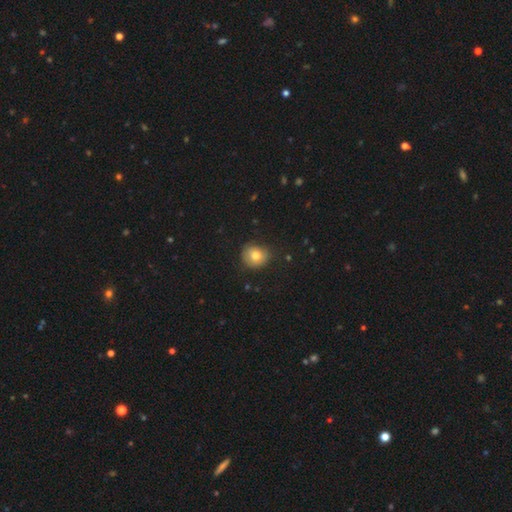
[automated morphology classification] smooth 78%, featured or disk 12%, star or artifact 10%. Down the decision tree: how rounded — round (81%); merging — none (78%).